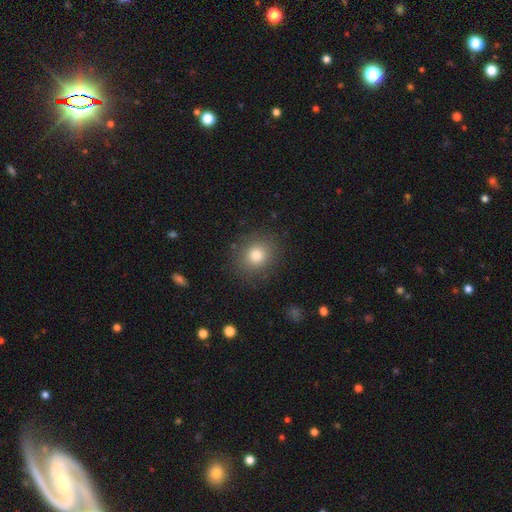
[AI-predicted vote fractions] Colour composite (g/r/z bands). It shows a smooth galaxy with no disk features (80%) that is round (79%). Merging: none (87%).